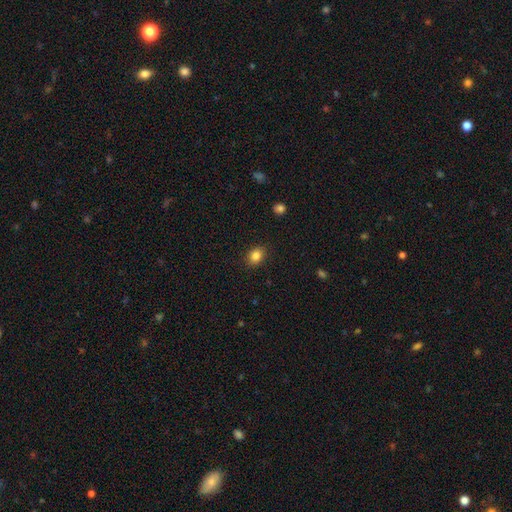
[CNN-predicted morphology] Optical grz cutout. It shows a smooth galaxy with no disk features (85%) that is in between round and cigar-shaped (55%). Merging: none (88%).